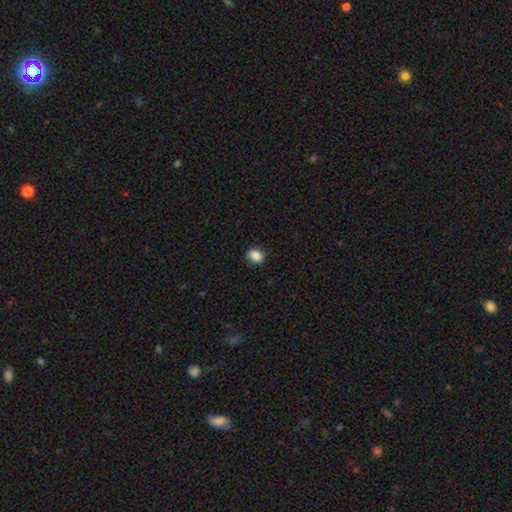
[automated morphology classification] Overall: smooth (87%). How rounded: in between (59%; round 40%). Merging: none (89%).